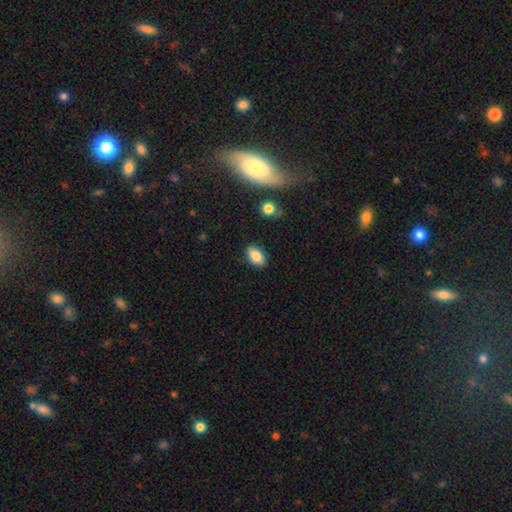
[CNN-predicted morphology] A smooth galaxy with no disk features (83%) that is in between round and cigar-shaped (90%).

Vote fractions:
- Smooth or featured? smooth: 83% / featured or disk: 9% / star or artifact: 9%
- How rounded? in between: 90% / round: 6% / cigar-shaped: 4%
- Merging? none: 85% / minor disturbance: 11% / major disturbance: 2% / merger: 2%